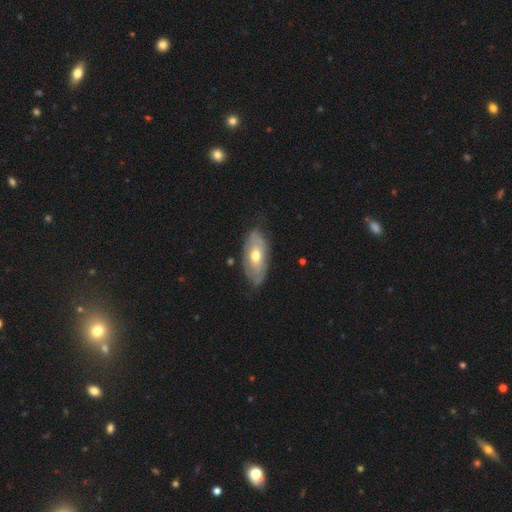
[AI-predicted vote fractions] Q: Smooth or featured?
A: featured or disk (54%); runner-up: smooth (40%)
Q: Edge-on disk?
A: no (85%); runner-up: yes (15%)
Q: Merging?
A: none (69%); runner-up: minor disturbance (24%)